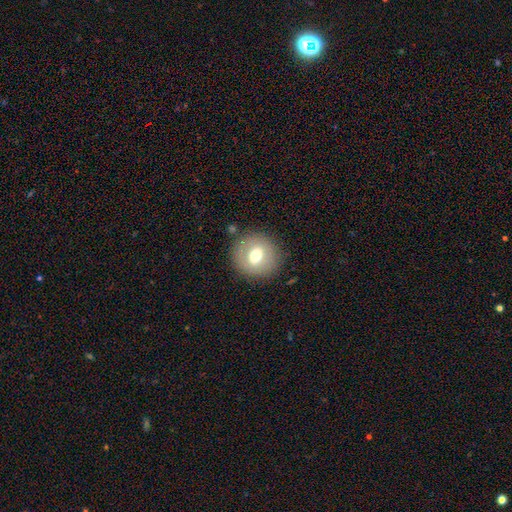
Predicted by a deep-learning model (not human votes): The model was most divided on "smooth or featured": smooth: 58%, featured or disk: 33%, star or artifact: 9%. More confident: how rounded — round (90%); merging — none (84%).